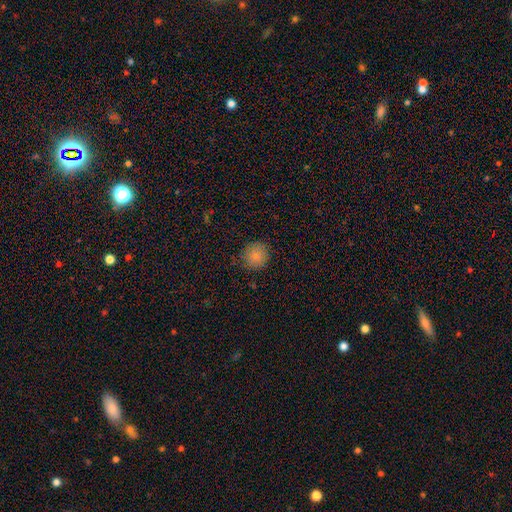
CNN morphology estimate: This is clearly a smooth galaxy (85%). How rounded: clearly round (91%). Merging: clearly none (84%).